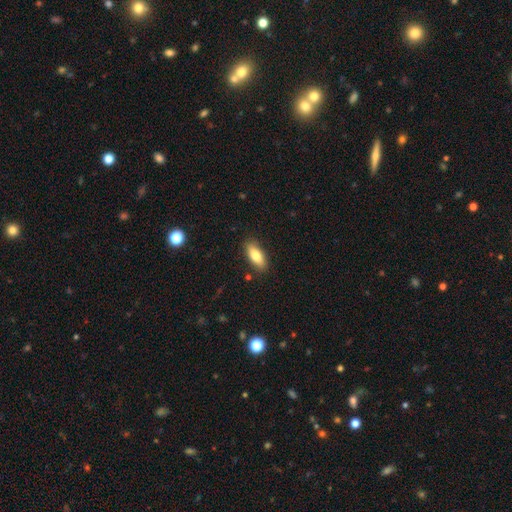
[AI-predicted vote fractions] Q: Smooth or featured?
A: smooth (81%); runner-up: featured or disk (12%)
Q: How rounded?
A: in between (79%); runner-up: cigar-shaped (19%)
Q: Merging?
A: none (85%); runner-up: minor disturbance (11%)